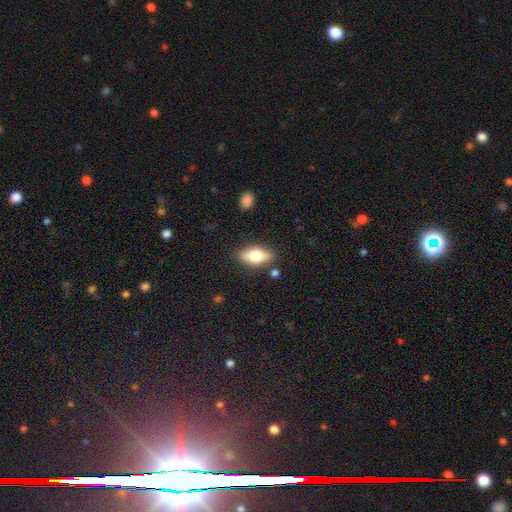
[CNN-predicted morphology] smooth-or-featured: smooth: 68% | featured or disk: 25% | star or artifact: 7%
  how-rounded: in between: 84% | cigar-shaped: 11% | round: 5%
  merging: none: 84% | minor disturbance: 10% | major disturbance: 3% | merger: 2%